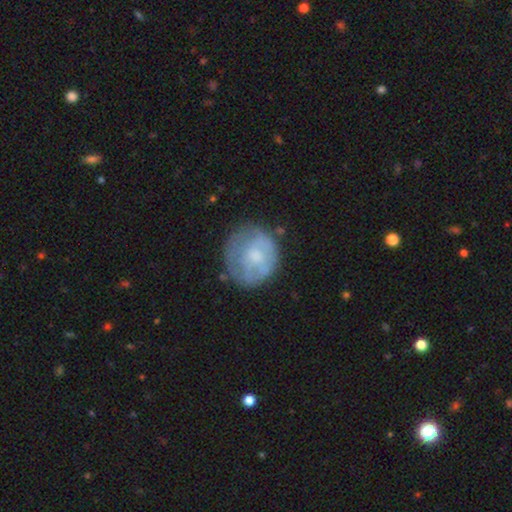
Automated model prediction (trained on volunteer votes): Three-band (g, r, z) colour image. It shows a smooth galaxy with no disk features (48%). Merging: none (63%).